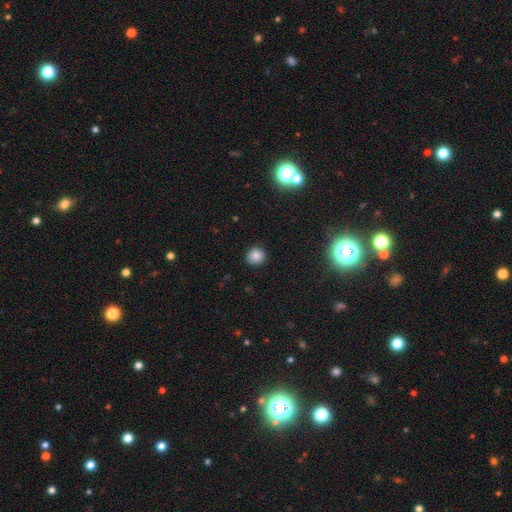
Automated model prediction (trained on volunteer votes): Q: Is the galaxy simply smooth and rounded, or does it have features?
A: smooth — 82%.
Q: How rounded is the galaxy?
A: round — 85%.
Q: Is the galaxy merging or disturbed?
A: none — 84%.